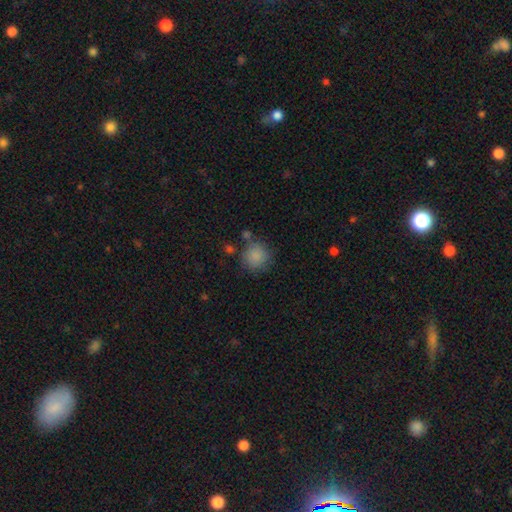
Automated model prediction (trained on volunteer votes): Smooth or featured: smooth — 85% (star or artifact — 9%)
How rounded: round — 90% (in between — 9%)
Merging: none — 71% (minor disturbance — 15%)